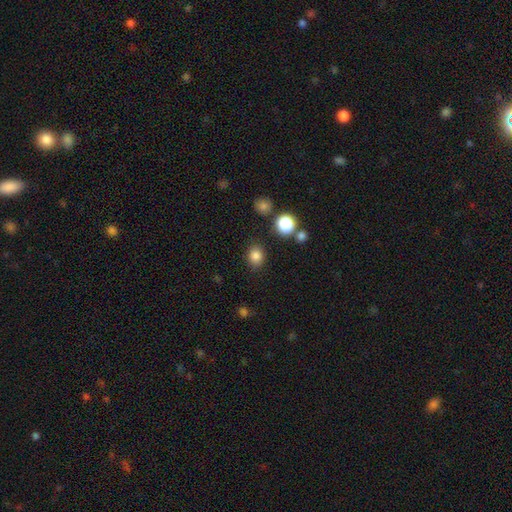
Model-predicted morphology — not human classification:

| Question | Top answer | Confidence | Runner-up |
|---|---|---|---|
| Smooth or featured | smooth | 82% | star or artifact (13%) |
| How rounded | round | 61% | in between (38%) |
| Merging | none | 85% | minor disturbance (10%) |